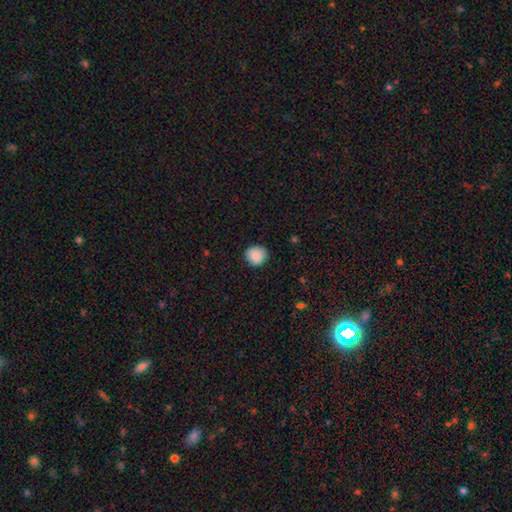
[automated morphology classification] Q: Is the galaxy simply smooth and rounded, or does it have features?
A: smooth — 89%.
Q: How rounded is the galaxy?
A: round — 85%.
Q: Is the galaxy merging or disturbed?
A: none — 84%.